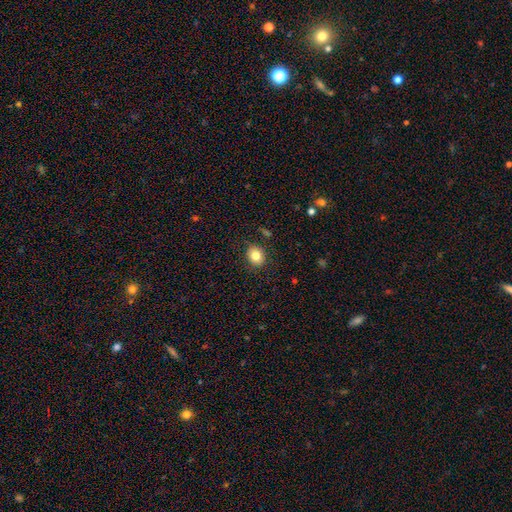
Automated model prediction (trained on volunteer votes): smooth_or_featured: smooth (p=0.82) [alt: star or artifact p=0.11]
how_rounded: round (p=0.69) [alt: in between p=0.30]
merging: none (p=0.87) [alt: minor disturbance p=0.09]